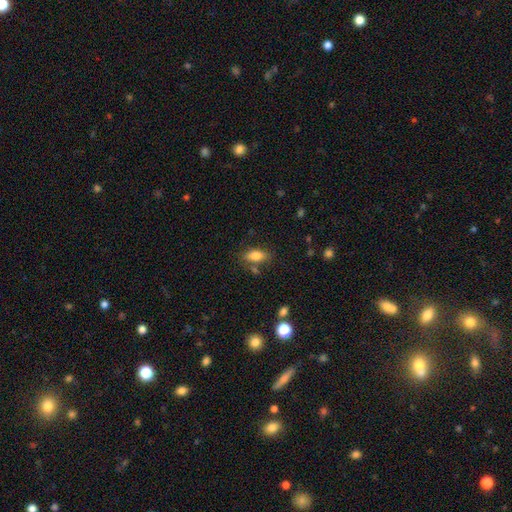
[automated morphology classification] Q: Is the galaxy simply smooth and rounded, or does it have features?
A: smooth — 80%.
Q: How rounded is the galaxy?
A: in between — 85%.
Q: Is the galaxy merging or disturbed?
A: none — 74%.